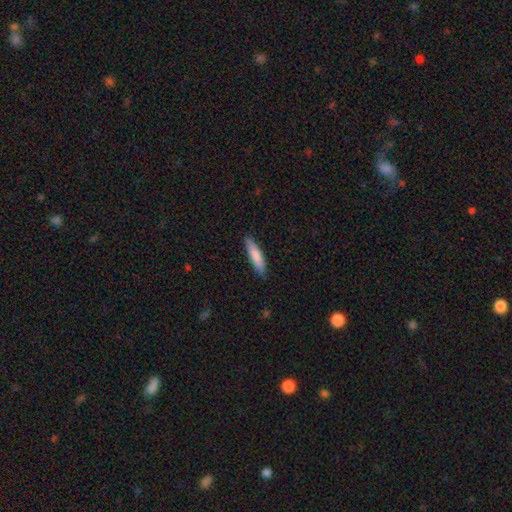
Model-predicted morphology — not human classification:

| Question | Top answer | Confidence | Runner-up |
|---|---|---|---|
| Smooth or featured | smooth | 81% | featured or disk (14%) |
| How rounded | cigar-shaped | 82% | in between (17%) |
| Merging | none | 87% | minor disturbance (10%) |